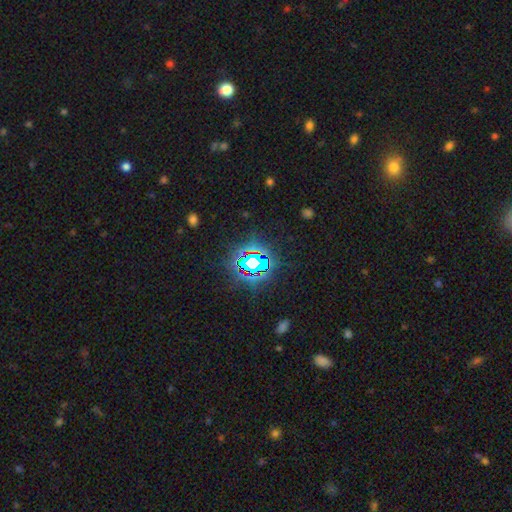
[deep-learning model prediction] Smooth or featured: star or artifact — 80% (smooth — 13%)